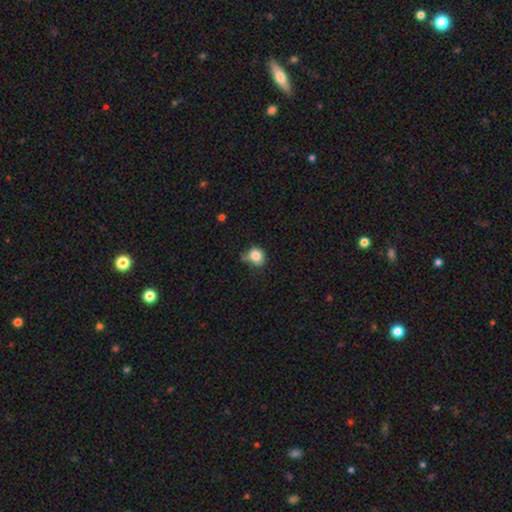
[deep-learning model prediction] Morphology: type=smooth (80%); roundness=round (63%); merging=none (41%).